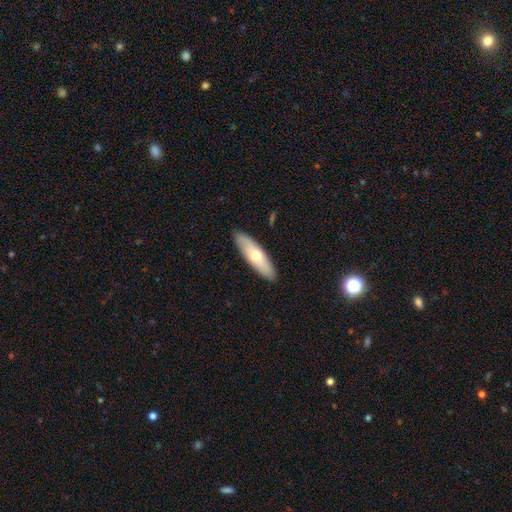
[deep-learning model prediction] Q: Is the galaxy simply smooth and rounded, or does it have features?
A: smooth — 60%.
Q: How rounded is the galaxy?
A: cigar-shaped — 54%.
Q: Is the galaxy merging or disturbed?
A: none — 89%.